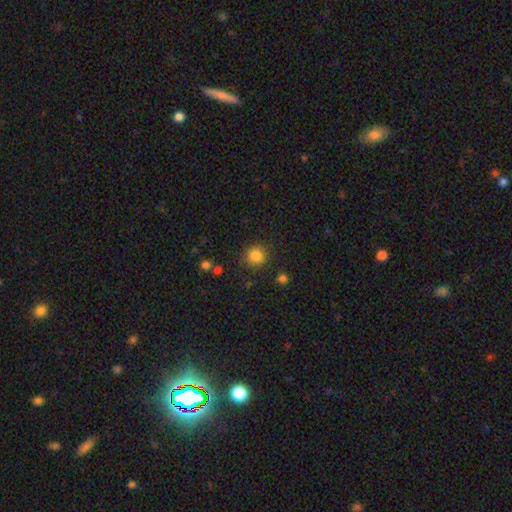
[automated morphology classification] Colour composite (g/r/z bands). It shows a smooth galaxy with no disk features (84%) that is round (84%). Merging: none (82%).